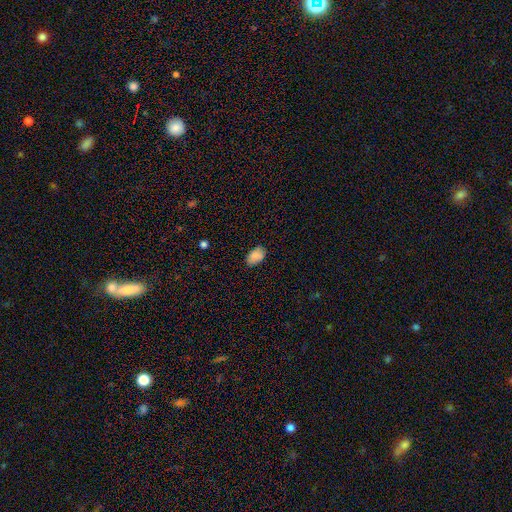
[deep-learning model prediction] A smooth galaxy with no disk features (86%) that is in between round and cigar-shaped (92%). Merging: none (80%).